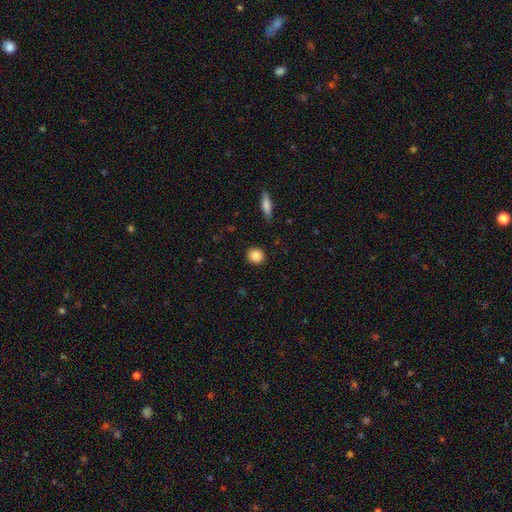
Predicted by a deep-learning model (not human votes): Smooth or featured?
  - smooth: 88% *
  - star or artifact: 8%
  - featured or disk: 4%
How rounded?
  - round: 87% *
  - in between: 11%
  - cigar-shaped: 1%
Merging?
  - none: 90% *
  - minor disturbance: 7%
  - major disturbance: 2%
  - merger: 1%